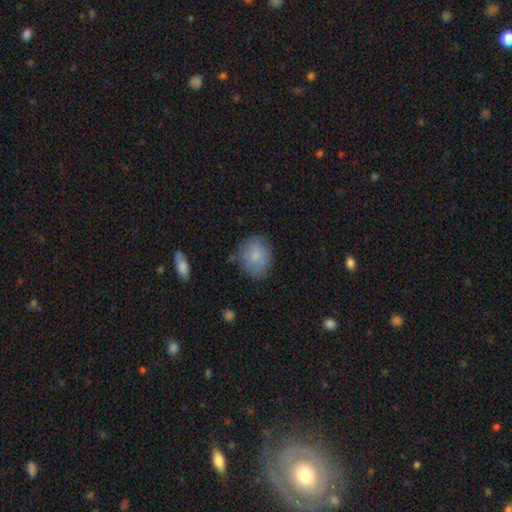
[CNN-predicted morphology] This is likely a smooth galaxy (78%). How rounded: likely round (63%). Merging: likely none (73%).